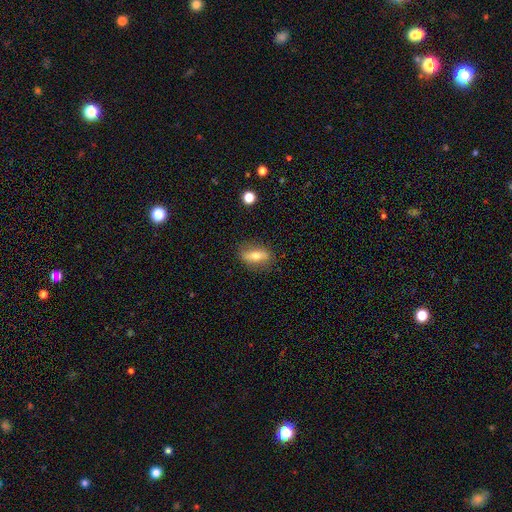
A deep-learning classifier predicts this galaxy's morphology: smooth-or-featured: smooth: 54% | featured or disk: 36% | star or artifact: 9%
  how-rounded: in between: 64% | cigar-shaped: 28% | round: 8%
  merging: none: 84% | minor disturbance: 12% | major disturbance: 3% | merger: 1%